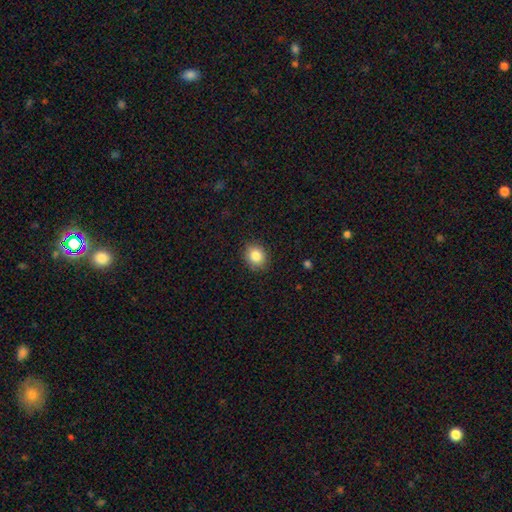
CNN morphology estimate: This is clearly a smooth galaxy (84%). How rounded: likely round (67%). Merging: clearly none (88%).